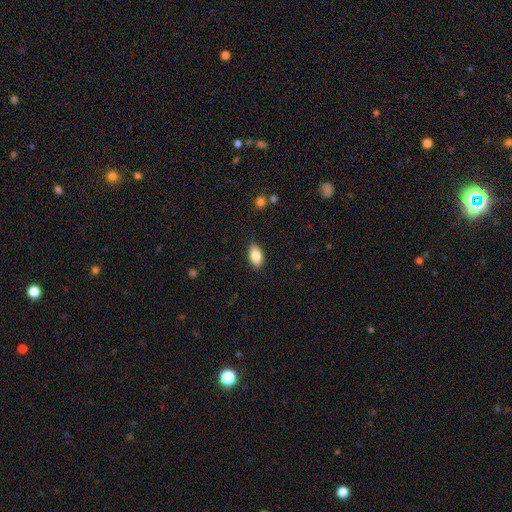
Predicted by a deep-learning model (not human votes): Smooth or featured: smooth — 84% (featured or disk — 9%)
How rounded: in between — 91% (cigar-shaped — 5%)
Merging: none — 88% (minor disturbance — 9%)